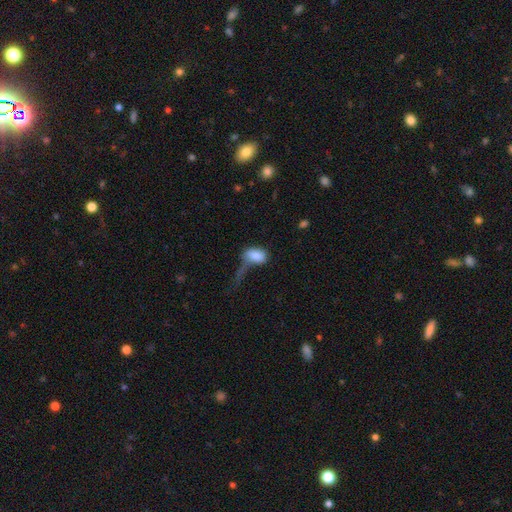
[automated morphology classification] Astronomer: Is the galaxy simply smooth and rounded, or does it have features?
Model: smooth — 80%.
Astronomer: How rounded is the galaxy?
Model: in between — 87%.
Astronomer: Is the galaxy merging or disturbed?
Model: major disturbance — 45% (runner-up: none, 23%).